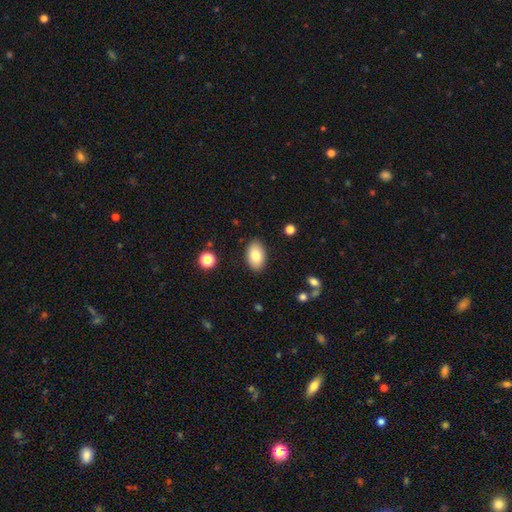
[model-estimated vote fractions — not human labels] A smooth galaxy with no disk features (81%) that is in between round and cigar-shaped (92%).

Vote fractions:
- Smooth or featured? smooth: 81% / featured or disk: 11% / star or artifact: 7%
- How rounded? in between: 92% / round: 7% / cigar-shaped: 1%
- Merging? none: 87% / minor disturbance: 9% / major disturbance: 2% / merger: 1%